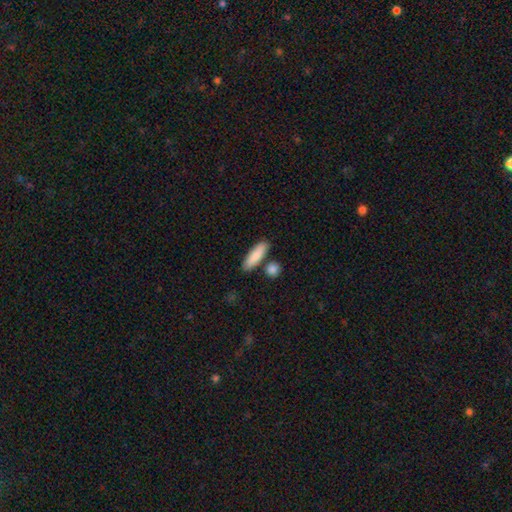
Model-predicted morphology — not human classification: Smooth or featured? Predicted: smooth (p=0.85). How rounded? Predicted: cigar-shaped (p=0.53). Merging? Predicted: none (p=0.78).